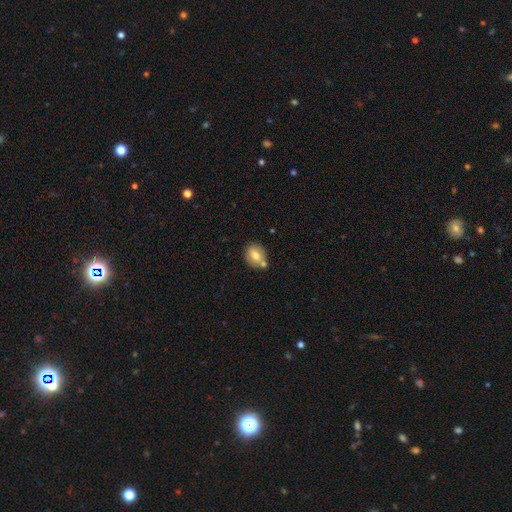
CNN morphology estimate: Smooth or featured? Predicted: smooth (p=0.70). How rounded? Predicted: round (p=0.55). Merging? Predicted: none (p=0.62).